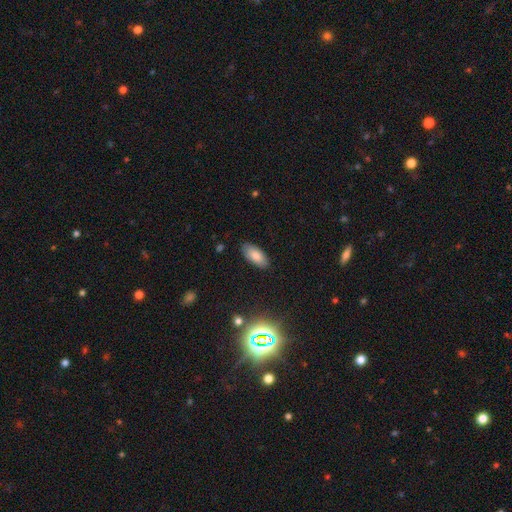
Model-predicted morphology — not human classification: Smooth or featured: smooth — 82% (featured or disk — 10%)
How rounded: in between — 90% (cigar-shaped — 8%)
Merging: none — 86% (minor disturbance — 10%)